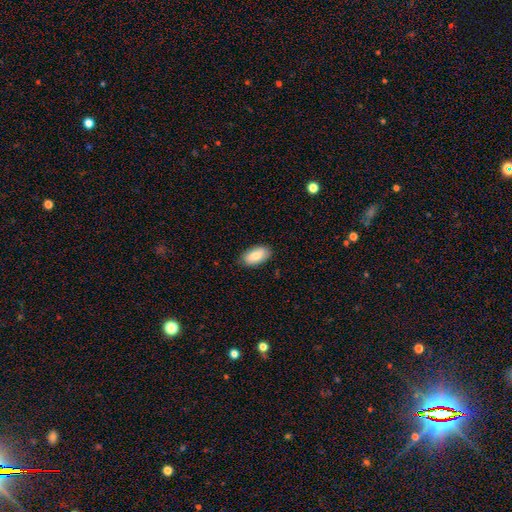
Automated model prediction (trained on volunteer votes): Smooth or featured?
  - smooth: 80% *
  - featured or disk: 14%
  - star or artifact: 6%
How rounded?
  - in between: 94% *
  - round: 3%
  - cigar-shaped: 3%
Merging?
  - none: 85% *
  - minor disturbance: 12%
  - major disturbance: 2%
  - merger: 1%